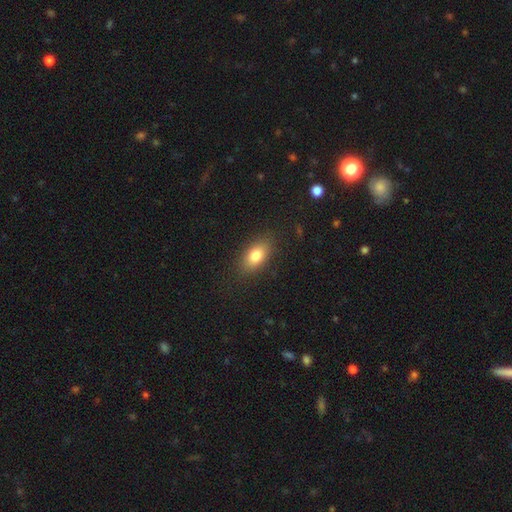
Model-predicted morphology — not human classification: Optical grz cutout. It shows a smooth galaxy with no disk features (80%) that is in between round and cigar-shaped (86%). Merging: none (85%).